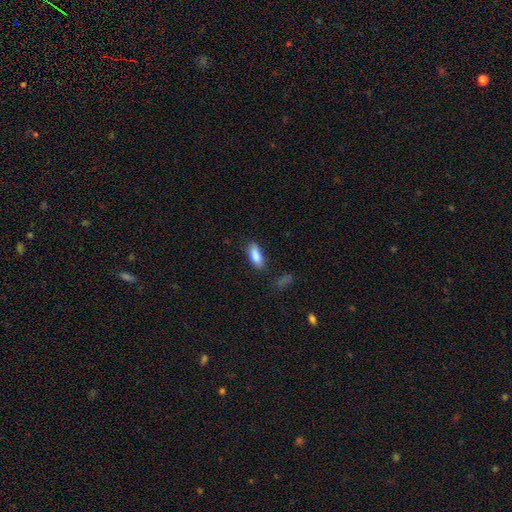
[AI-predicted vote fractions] The model was most divided on "how rounded": in between: 74%, cigar-shaped: 24%, round: 2%. More confident: smooth or featured — smooth (87%); merging — none (77%).